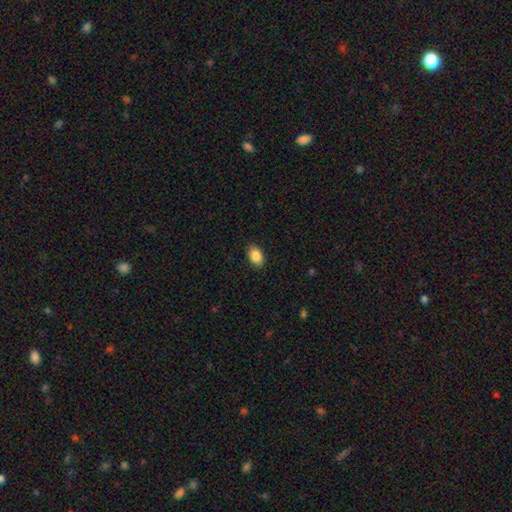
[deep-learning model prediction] This is clearly a smooth galaxy (88%). How rounded: clearly in between (90%). Merging: clearly none (88%).